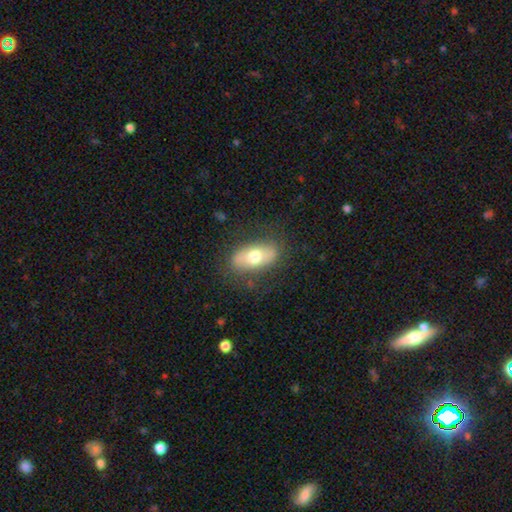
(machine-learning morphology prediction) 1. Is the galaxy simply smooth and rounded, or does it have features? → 63% smooth, 31% featured or disk, 6% star or artifact.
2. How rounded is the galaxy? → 87% in between, 8% cigar-shaped, 5% round.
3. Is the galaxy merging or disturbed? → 79% none, 15% minor disturbance, 5% major disturbance, 1% merger.